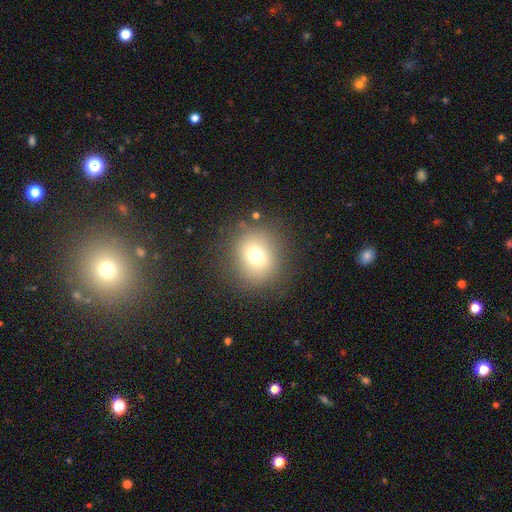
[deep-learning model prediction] Smooth or featured? smooth (71%)
How rounded? round (85%)
Merging? none (83%)